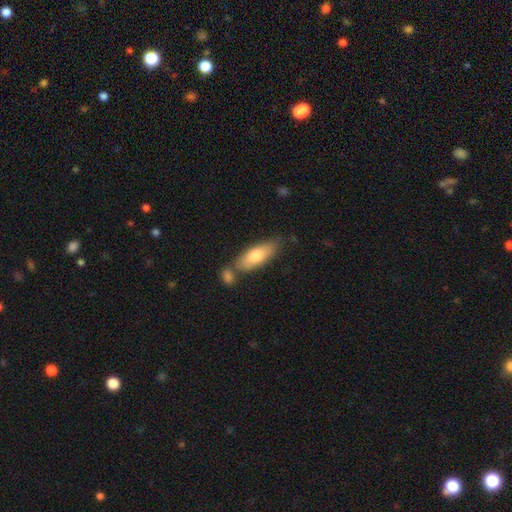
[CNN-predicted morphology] A smooth galaxy with no disk features (74%) that is in between round and cigar-shaped (69%). Merging: none (61%).